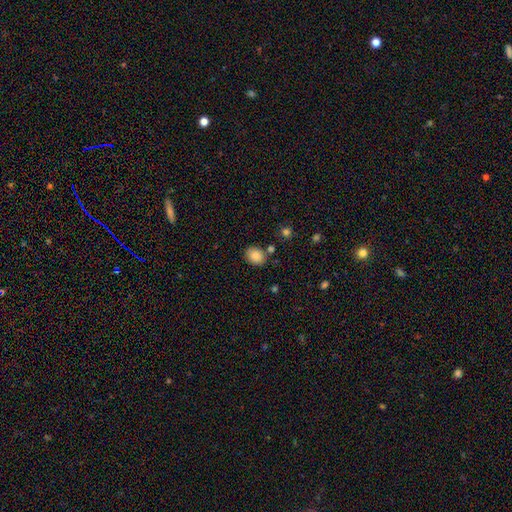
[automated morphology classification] Q: Smooth or featured?
A: smooth (87%); runner-up: star or artifact (9%)
Q: How rounded?
A: in between (51%); runner-up: round (48%)
Q: Merging?
A: none (80%); runner-up: minor disturbance (11%)